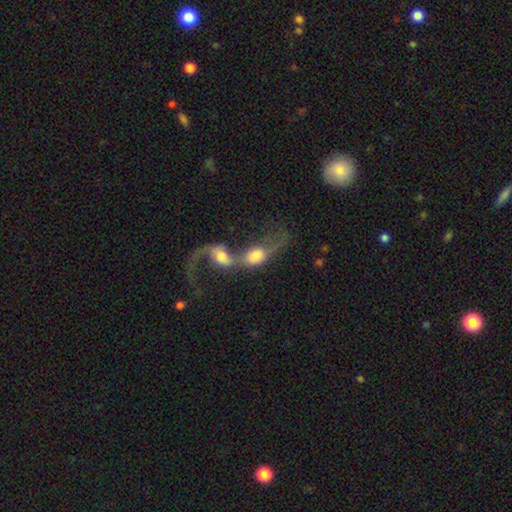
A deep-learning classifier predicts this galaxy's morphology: Smooth or featured? smooth (46%)
Merging? merger (84%)